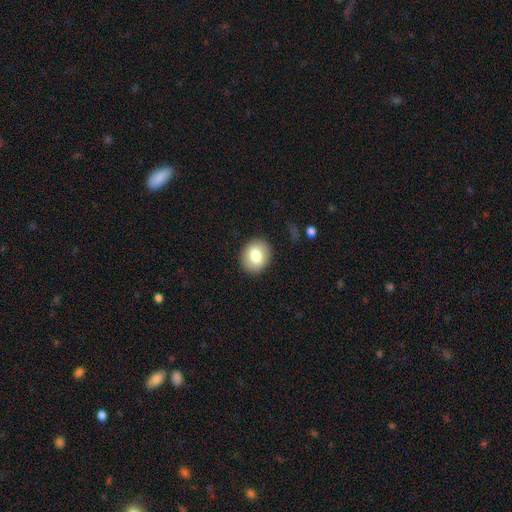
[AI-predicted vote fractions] This is likely a smooth galaxy (77%). How rounded: likely round (70%). Merging: clearly none (89%).